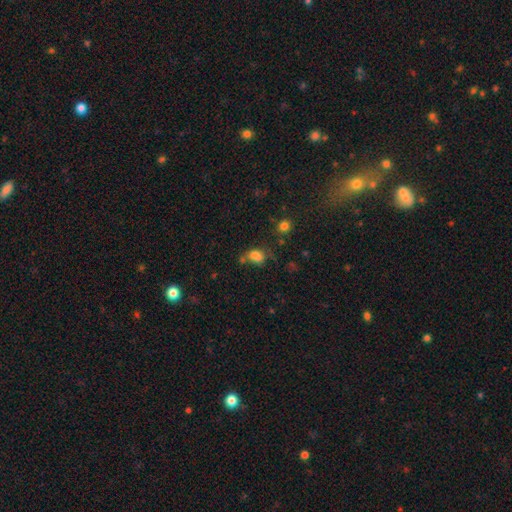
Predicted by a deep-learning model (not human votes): Smooth or featured: smooth — 78% (star or artifact — 14%)
How rounded: in between — 74% (round — 24%)
Merging: none — 45% (minor disturbance — 23%)